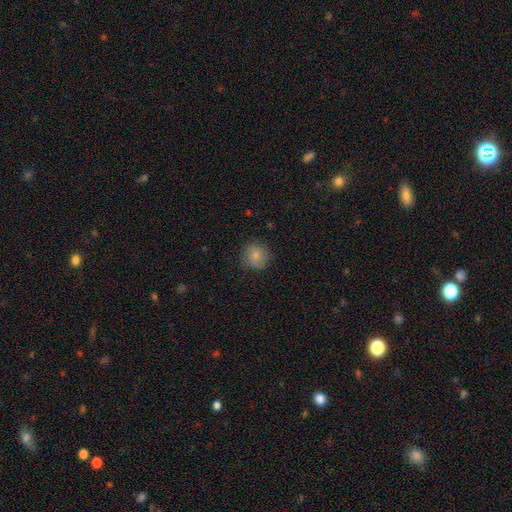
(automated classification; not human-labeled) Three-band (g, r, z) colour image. It shows a smooth galaxy with no disk features (81%) that is round (89%). Merging: none (82%).